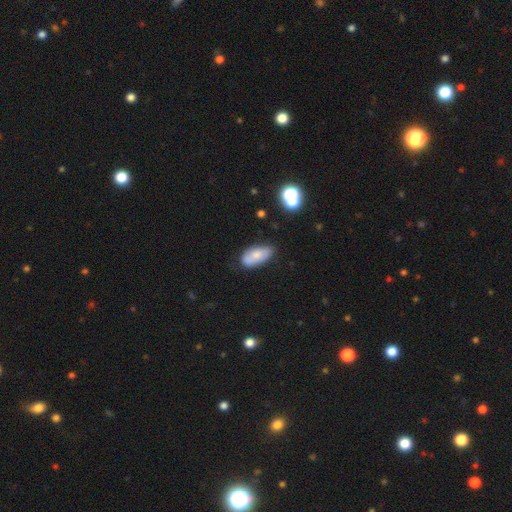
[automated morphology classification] Smooth or featured? smooth (70%)
How rounded? in between (92%)
Merging? none (65%)